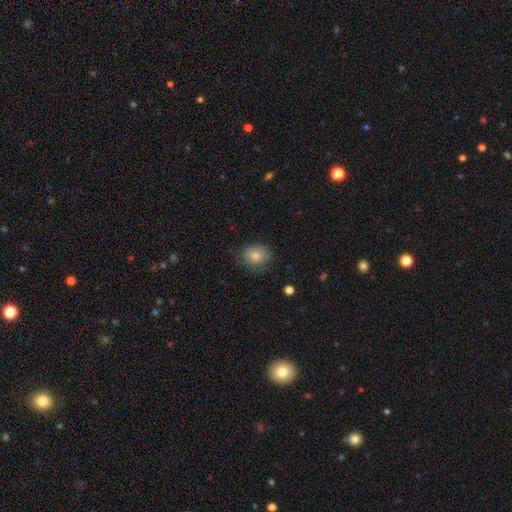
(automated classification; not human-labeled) The model was most divided on "how rounded": round: 68%, in between: 31%, cigar-shaped: 1%. More confident: smooth or featured — smooth (81%); merging — none (74%).